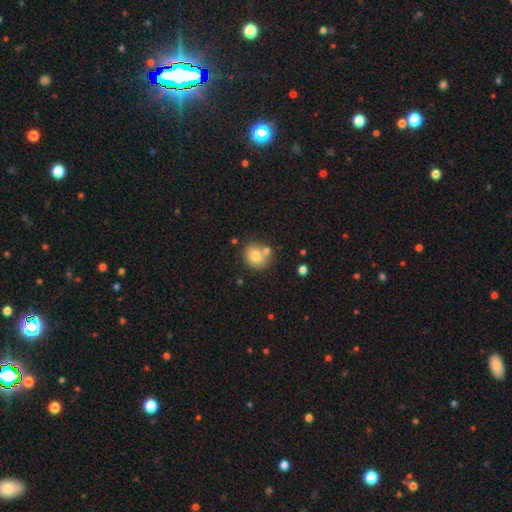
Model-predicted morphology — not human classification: Q: Smooth or featured?
A: smooth (77%); runner-up: featured or disk (13%)
Q: How rounded?
A: round (76%); runner-up: in between (23%)
Q: Merging?
A: none (62%); runner-up: merger (22%)